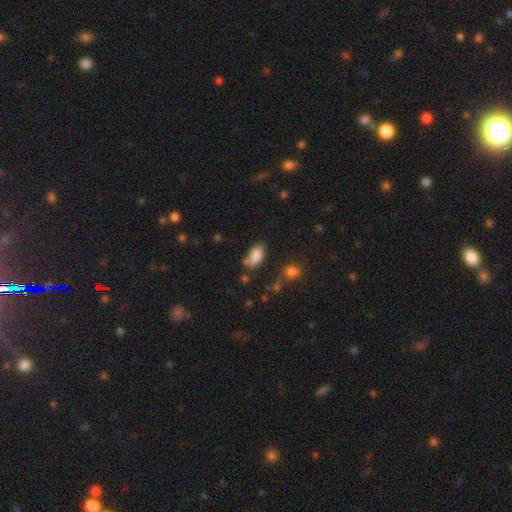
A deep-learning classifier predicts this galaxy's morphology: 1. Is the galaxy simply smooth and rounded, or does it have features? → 80% smooth, 12% featured or disk, 9% star or artifact.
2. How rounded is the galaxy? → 91% in between, 6% cigar-shaped, 4% round.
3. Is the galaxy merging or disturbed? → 53% none, 29% minor disturbance, 10% major disturbance, 8% merger.